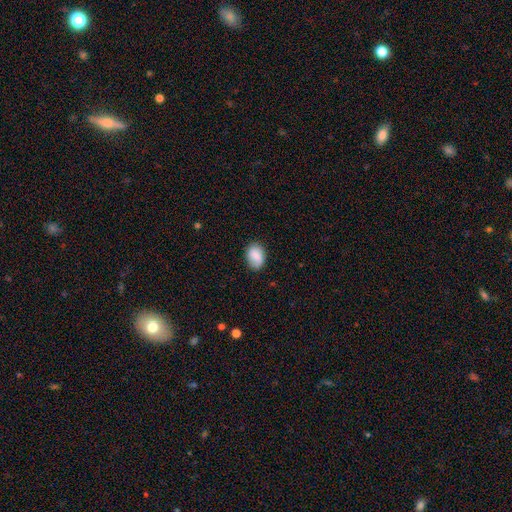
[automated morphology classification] smooth_or_featured: smooth (p=0.84) [alt: featured or disk p=0.09]
how_rounded: in between (p=0.78) [alt: round p=0.21]
merging: none (p=0.76) [alt: minor disturbance p=0.19]